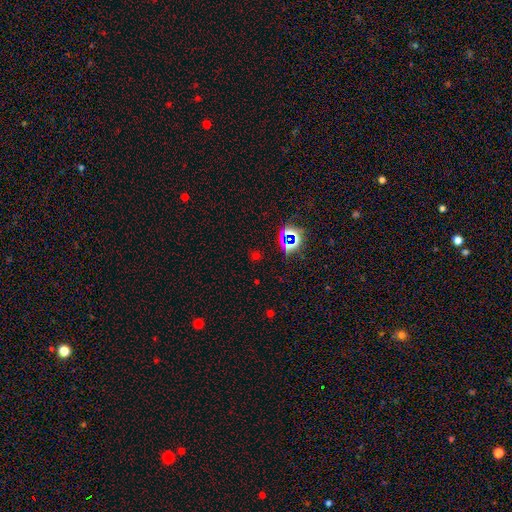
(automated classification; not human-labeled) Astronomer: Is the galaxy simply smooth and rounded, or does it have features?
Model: star or artifact — 62%.